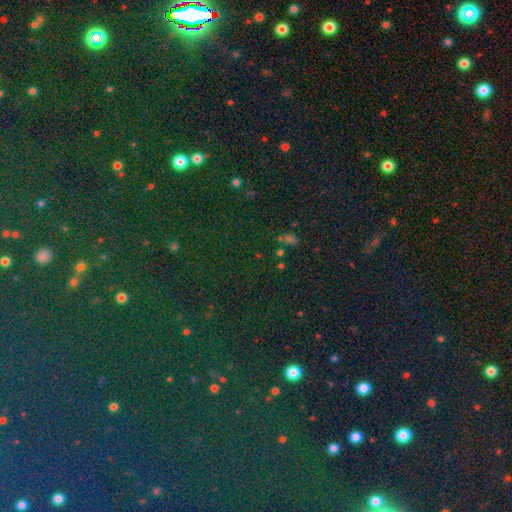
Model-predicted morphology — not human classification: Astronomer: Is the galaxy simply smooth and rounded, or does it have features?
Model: star or artifact — 80%.